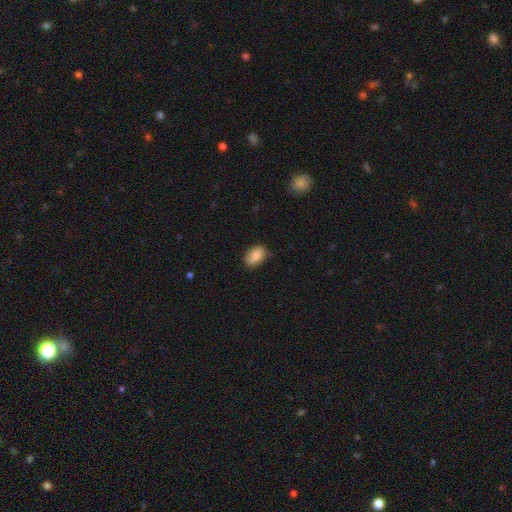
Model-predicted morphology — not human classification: A smooth galaxy with no disk features (85%) that is in between round and cigar-shaped (89%). Merging: none (78%).